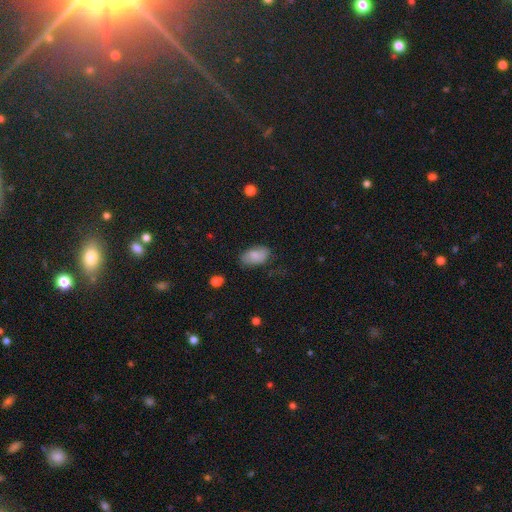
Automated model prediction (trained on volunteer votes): Smooth or featured?
  - smooth: 77% *
  - featured or disk: 16%
  - star or artifact: 8%
How rounded?
  - in between: 93% *
  - round: 5%
  - cigar-shaped: 2%
Merging?
  - none: 73% *
  - minor disturbance: 20%
  - major disturbance: 5%
  - merger: 2%